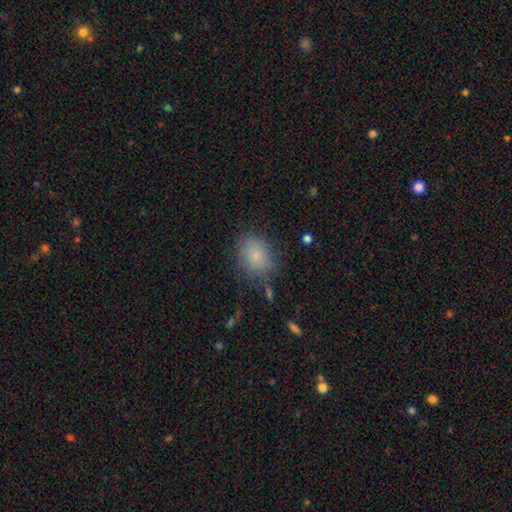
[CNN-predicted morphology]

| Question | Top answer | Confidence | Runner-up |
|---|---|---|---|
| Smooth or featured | smooth | 83% | star or artifact (9%) |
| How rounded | in between | 62% | round (37%) |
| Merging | none | 74% | minor disturbance (17%) |